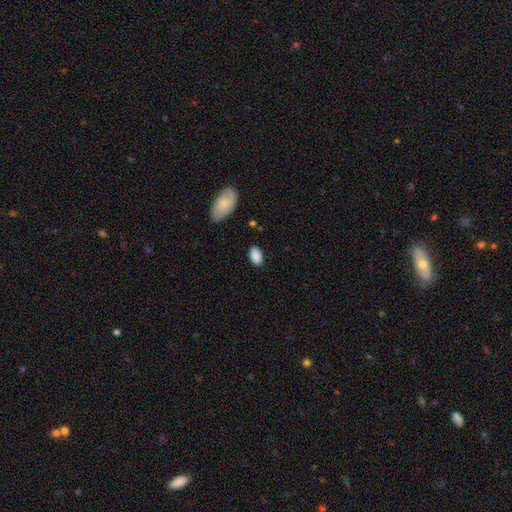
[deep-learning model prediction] Morphology: type=smooth (87%); roundness=in between (92%); merging=none (81%).